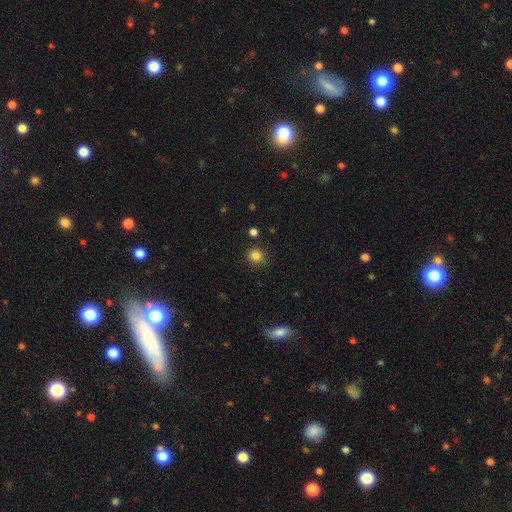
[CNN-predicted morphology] Smooth or featured? Predicted: smooth (p=0.84). How rounded? Predicted: round (p=0.85). Merging? Predicted: none (p=0.86).